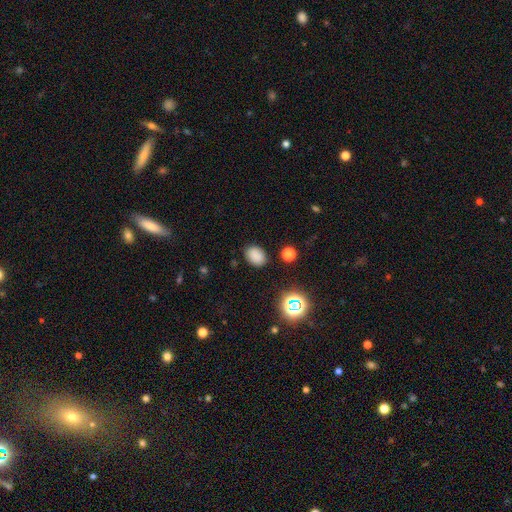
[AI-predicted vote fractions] Smooth or featured? Predicted: smooth (p=0.81). How rounded? Predicted: in between (p=0.69). Merging? Predicted: none (p=0.84).